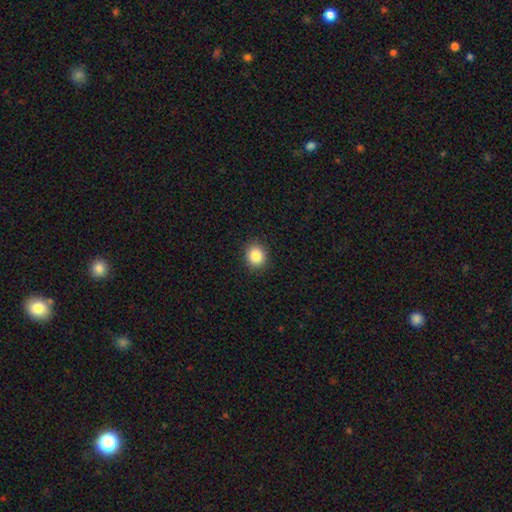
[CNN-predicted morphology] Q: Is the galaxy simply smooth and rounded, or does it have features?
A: smooth — 86%.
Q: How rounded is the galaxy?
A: round — 79%.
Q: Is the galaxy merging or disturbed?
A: none — 90%.